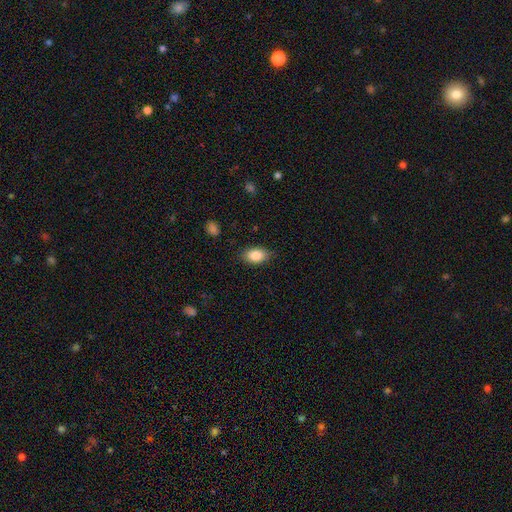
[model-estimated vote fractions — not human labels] Morphology: type=smooth (85%); roundness=in between (86%); merging=none (83%).